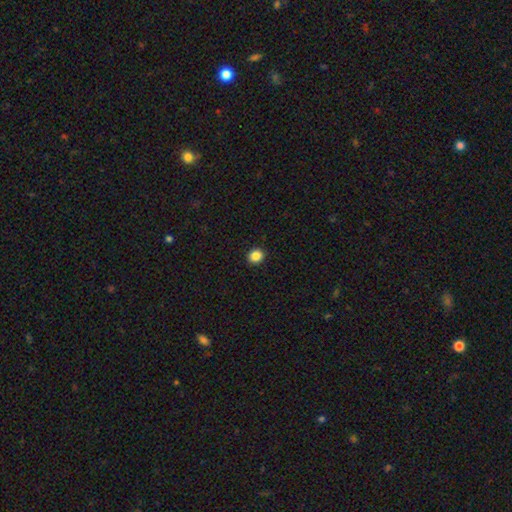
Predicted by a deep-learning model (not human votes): smooth-or-featured: smooth: 86% | star or artifact: 10% | featured or disk: 3%
  how-rounded: round: 81% | in between: 18% | cigar-shaped: 1%
  merging: none: 93% | minor disturbance: 5% | major disturbance: 2% | merger: 1%